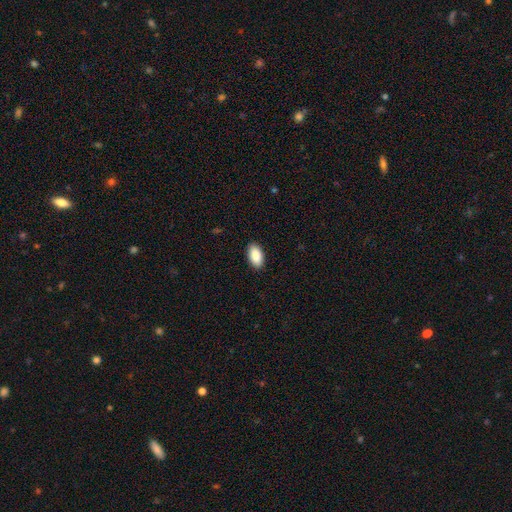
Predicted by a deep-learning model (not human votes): Smooth or featured? smooth (90%)
How rounded? in between (95%)
Merging? none (90%)